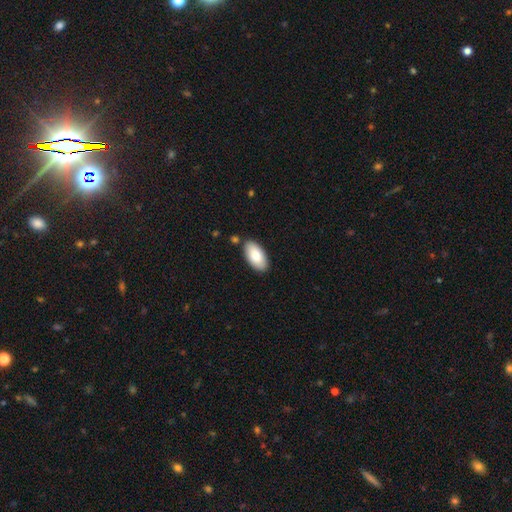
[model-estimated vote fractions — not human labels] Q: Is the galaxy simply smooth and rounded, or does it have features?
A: smooth — 85%.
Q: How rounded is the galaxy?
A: in between — 95%.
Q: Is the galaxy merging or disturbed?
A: none — 84%.